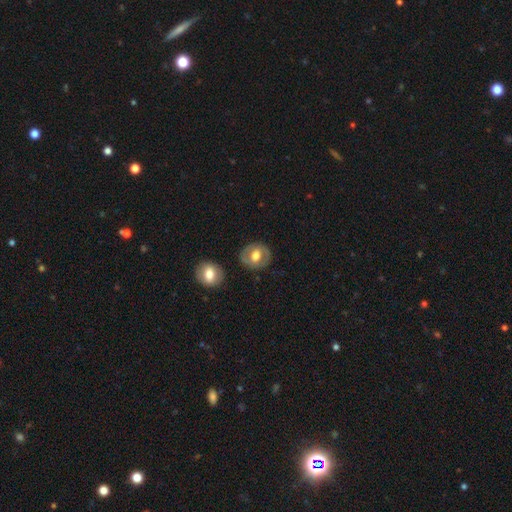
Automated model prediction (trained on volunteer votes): A smooth galaxy with no disk features (48%).

Vote fractions:
- Smooth or featured? smooth: 48% / featured or disk: 46% / star or artifact: 6%
- Merging? none: 81% / minor disturbance: 11% / major disturbance: 4% / merger: 3%